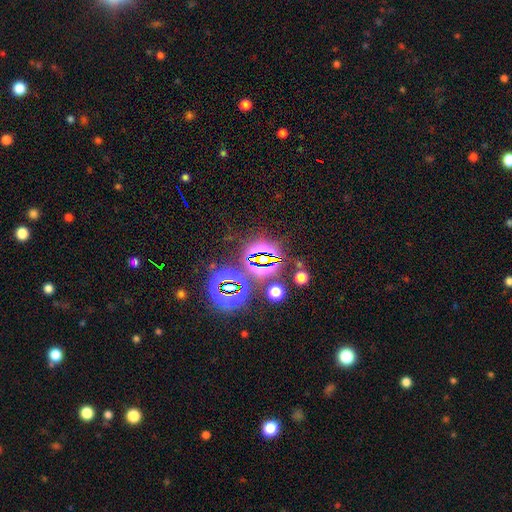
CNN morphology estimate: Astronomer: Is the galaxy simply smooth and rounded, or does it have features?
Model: star or artifact — 80%.